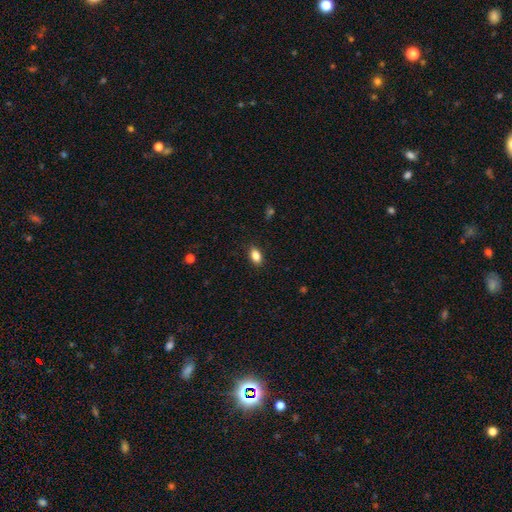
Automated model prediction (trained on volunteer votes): A smooth galaxy with no disk features (86%) that is in between round and cigar-shaped (88%). Merging: none (88%).